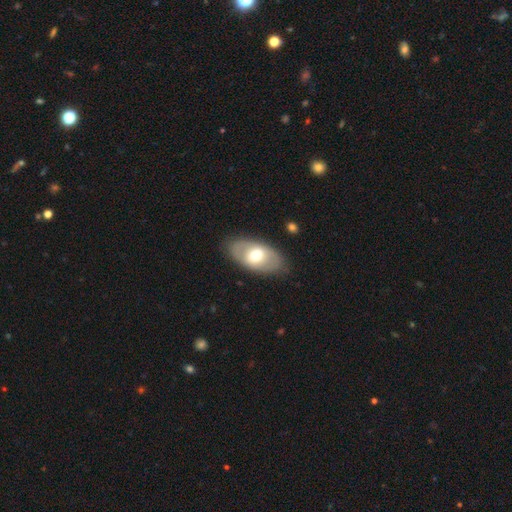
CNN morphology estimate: Smooth or featured? smooth (53%)
How rounded? in between (91%)
Merging? none (83%)